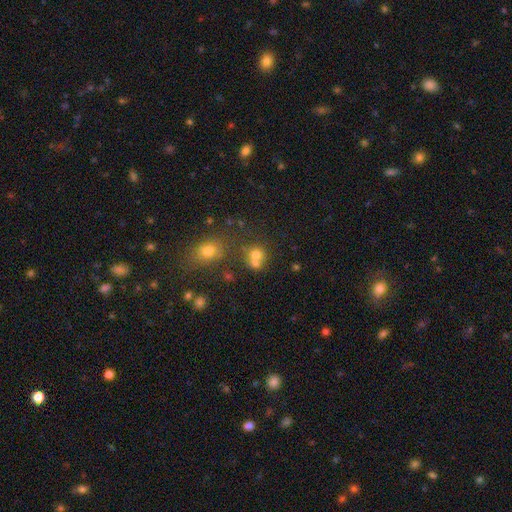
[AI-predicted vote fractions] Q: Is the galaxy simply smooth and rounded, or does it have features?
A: smooth — 70%.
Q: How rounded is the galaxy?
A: round — 80%.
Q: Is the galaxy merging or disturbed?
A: none — 43%, tied with merger.